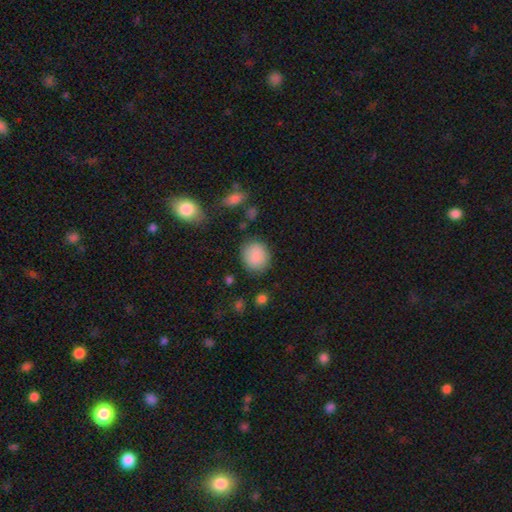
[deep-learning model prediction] A smooth galaxy with no disk features (87%) that is round (71%). Merging: none (83%).